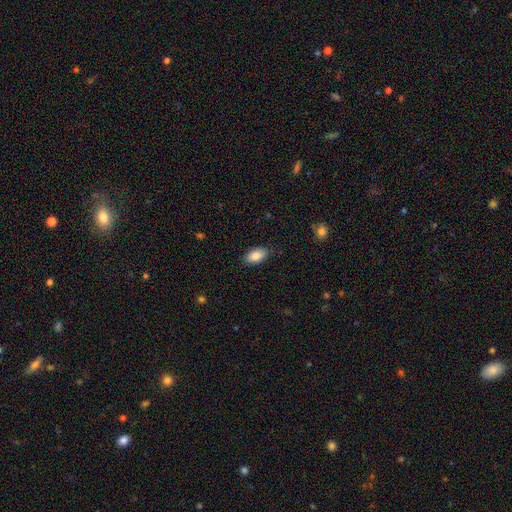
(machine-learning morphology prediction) Smooth or featured: smooth — 87% (star or artifact — 7%)
How rounded: in between — 93% (round — 4%)
Merging: none — 86% (minor disturbance — 11%)